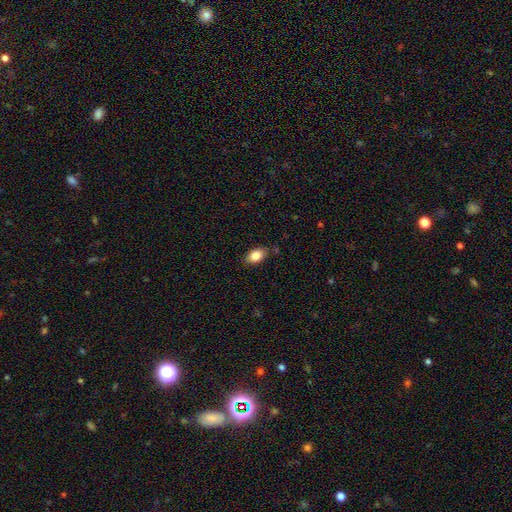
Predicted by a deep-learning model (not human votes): Morphology: type=smooth (84%); roundness=in between (89%); merging=none (81%).